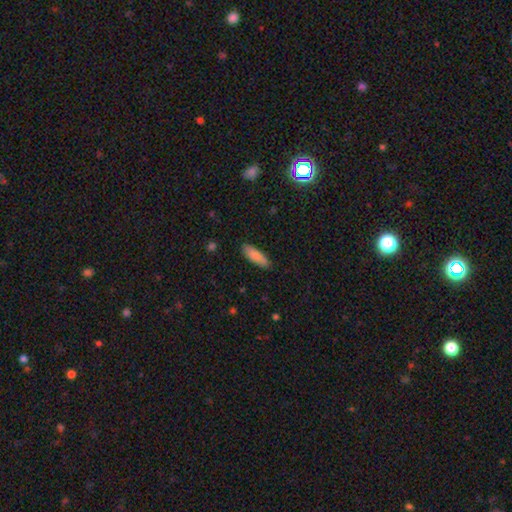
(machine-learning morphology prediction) Overall: smooth (85%). How rounded: in between (55%; cigar-shaped 43%). Merging: none (87%).